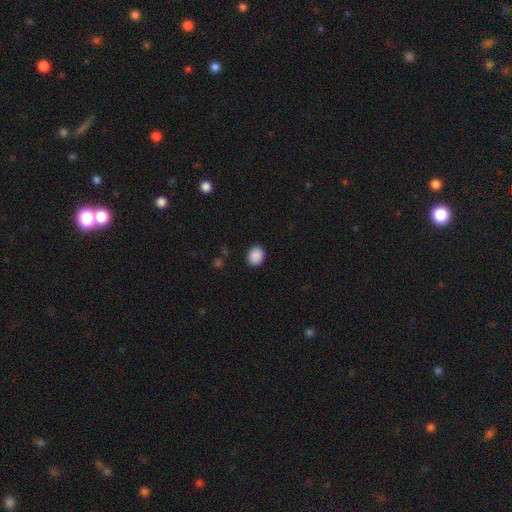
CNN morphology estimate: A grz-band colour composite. It shows a smooth galaxy with no disk features (90%) that is round (57%). Merging: none (91%).